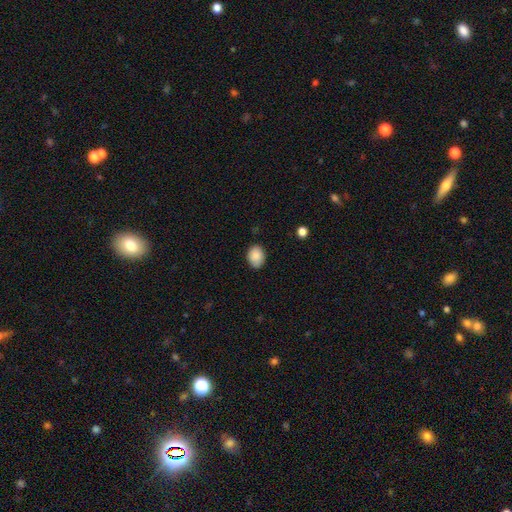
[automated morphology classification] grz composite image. It shows a smooth galaxy with no disk features (89%) that is in between round and cigar-shaped (63%). Merging: none (83%).